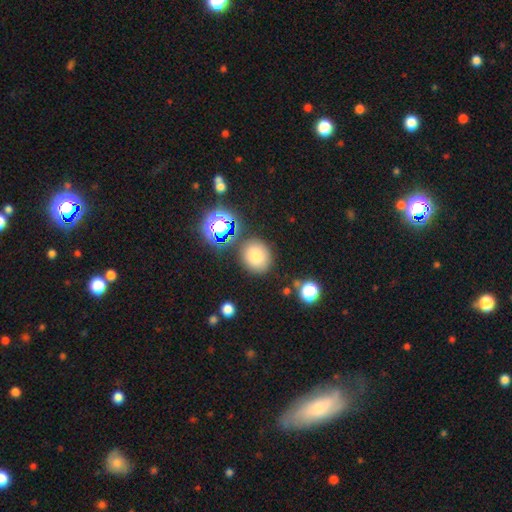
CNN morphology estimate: This appears to be a smooth galaxy with no disk features (76%) that is round (71%). Merging: none (82%).